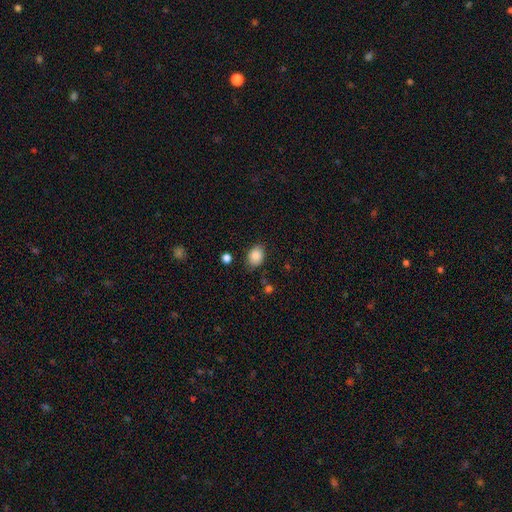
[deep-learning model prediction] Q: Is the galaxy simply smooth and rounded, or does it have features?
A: smooth — 87%.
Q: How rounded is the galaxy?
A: in between — 71%.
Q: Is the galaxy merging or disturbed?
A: none — 80%.